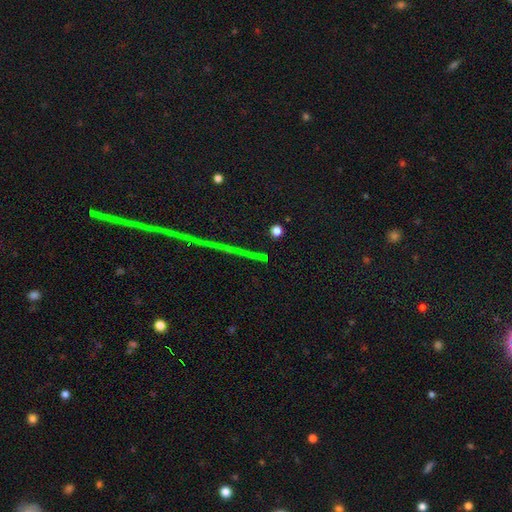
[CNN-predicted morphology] smooth_or_featured: star or artifact (p=0.79) [alt: featured or disk p=0.11]